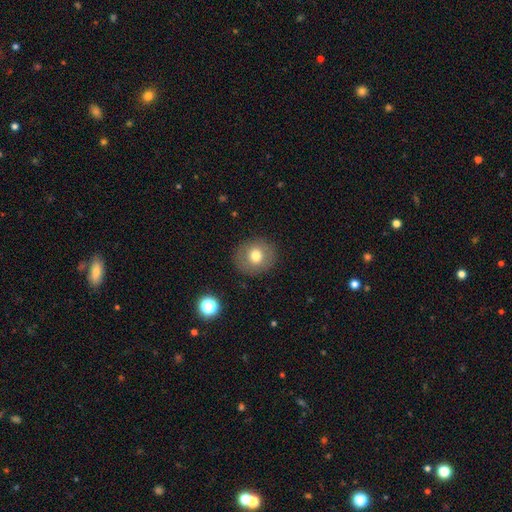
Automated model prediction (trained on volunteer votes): Smooth or featured?
  - smooth: 73% *
  - featured or disk: 18%
  - star or artifact: 10%
How rounded?
  - round: 84% *
  - in between: 15%
  - cigar-shaped: 1%
Merging?
  - none: 88% *
  - minor disturbance: 8%
  - major disturbance: 3%
  - merger: 1%